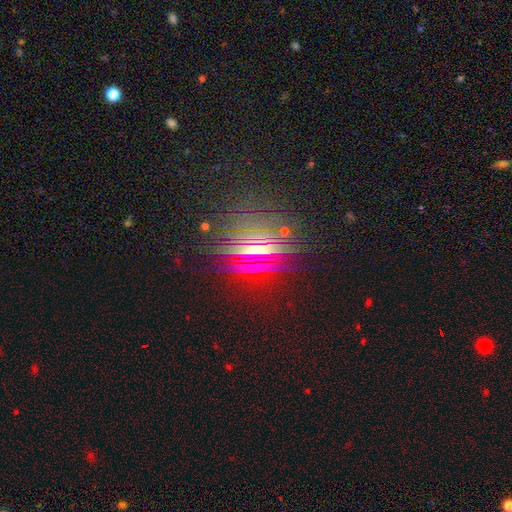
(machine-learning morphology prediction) The model was most divided on "smooth or featured": star or artifact: 58%, smooth: 25%, featured or disk: 17%.